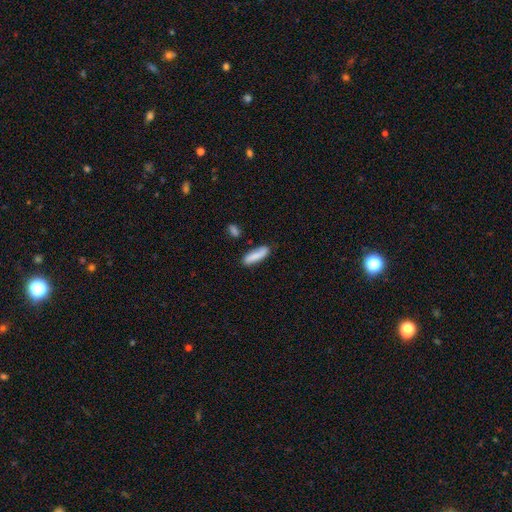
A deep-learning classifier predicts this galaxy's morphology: Smooth or featured?
  - smooth: 79% *
  - featured or disk: 15%
  - star or artifact: 6%
How rounded?
  - cigar-shaped: 60% *
  - in between: 37%
  - round: 2%
Merging?
  - none: 80% *
  - minor disturbance: 13%
  - merger: 4%
  - major disturbance: 3%